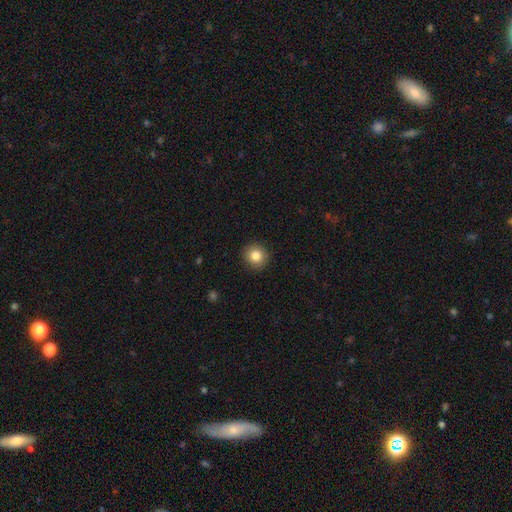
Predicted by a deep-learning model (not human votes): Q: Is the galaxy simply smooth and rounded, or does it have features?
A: smooth — 84%.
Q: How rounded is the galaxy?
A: round — 92%.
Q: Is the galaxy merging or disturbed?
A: none — 92%.